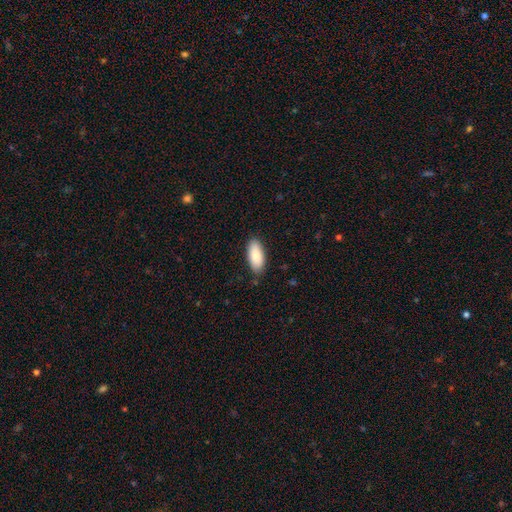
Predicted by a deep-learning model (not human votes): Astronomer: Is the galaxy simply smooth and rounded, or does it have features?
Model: smooth — 87%.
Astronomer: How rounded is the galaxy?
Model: in between — 88%.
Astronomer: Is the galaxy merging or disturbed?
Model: none — 85%.